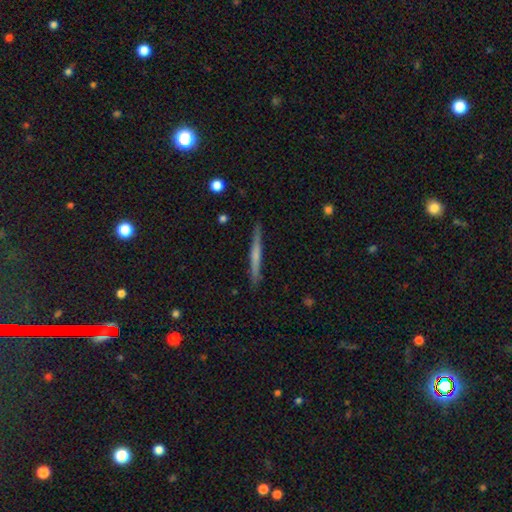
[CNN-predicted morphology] smooth_or_featured: featured or disk (p=0.48) [alt: smooth p=0.46]
merging: none (p=0.89) [alt: minor disturbance p=0.08]